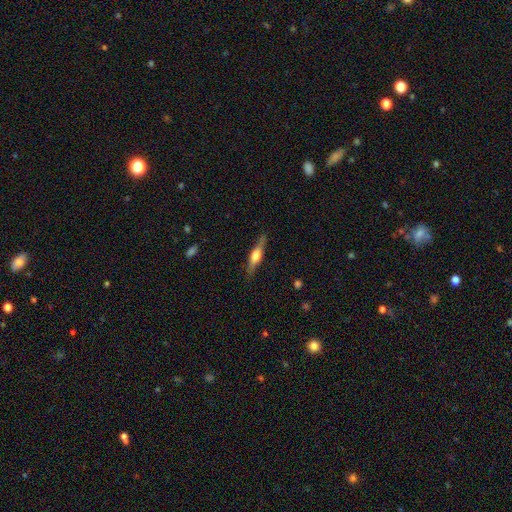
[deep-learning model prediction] Smooth or featured?
  - featured or disk: 58% *
  - smooth: 36%
  - star or artifact: 6%
Edge-on disk?
  - yes: 95% *
  - no: 5%
Edge-on bulge?
  - rounded: 87% *
  - boxy: 10%
  - none: 3%
Merging?
  - none: 85% *
  - minor disturbance: 11%
  - major disturbance: 3%
  - merger: 1%